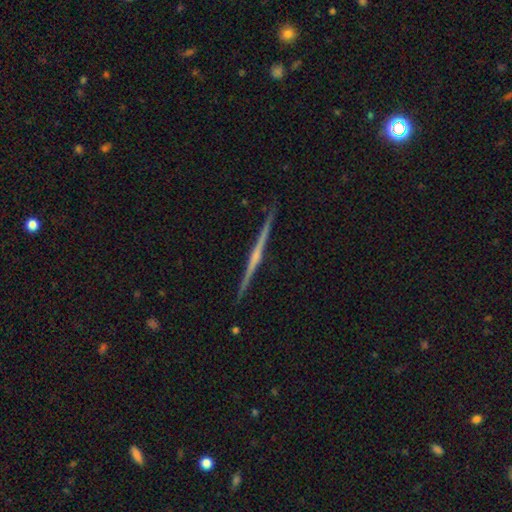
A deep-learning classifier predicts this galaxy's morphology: smooth-or-featured: featured or disk: 81% | smooth: 14% | star or artifact: 5%
  disk-edge-on: yes: 99% | no: 1%
    edge-on-bulge: rounded: 53% | none: 36% | boxy: 11%
  merging: none: 93% | minor disturbance: 5% | major disturbance: 1% | merger: 1%